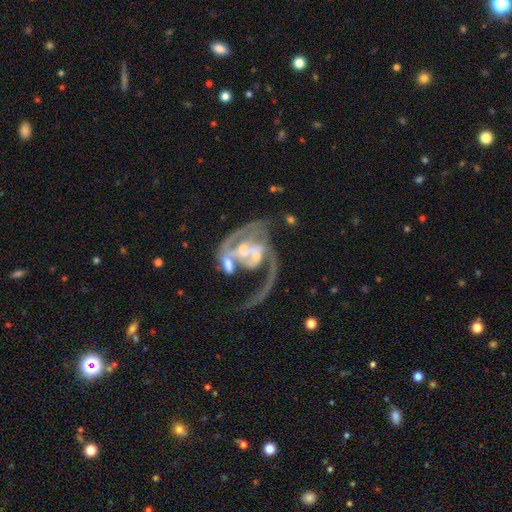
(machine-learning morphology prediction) Smooth or featured: featured or disk — 83% (smooth — 9%)
Edge-on disk: no — 97% (yes — 3%)
Bar: no — 51% (weak — 31%)
Spiral arms: yes — 84% (no — 16%)
Spiral winding: loose — 49% (medium — 34%)
Spiral arm count: 1 — 39% (2 — 35%)
Bulge size: moderate — 37% (small — 34%)
Merging: merger — 44% (major disturbance — 34%)